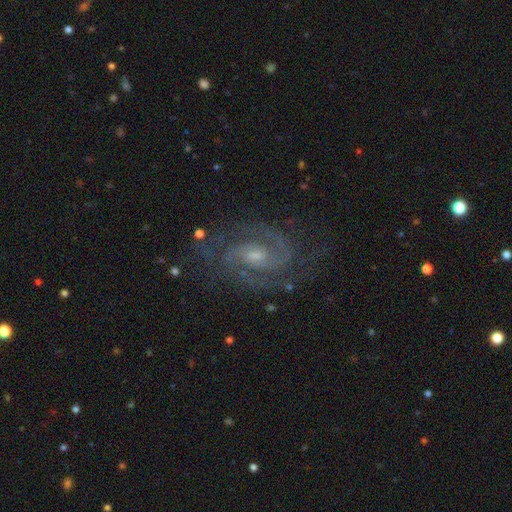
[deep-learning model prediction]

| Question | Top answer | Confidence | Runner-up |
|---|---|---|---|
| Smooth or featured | featured or disk | 91% | star or artifact (5%) |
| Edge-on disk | no | 98% | yes (2%) |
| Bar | weak | 52% | no (36%) |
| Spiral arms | yes | 98% | no (2%) |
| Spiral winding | medium | 51% | tight (42%) |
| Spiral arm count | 2 | 83% | 3 (6%) |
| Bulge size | small | 52% | moderate (39%) |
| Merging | none | 76% | minor disturbance (15%) |